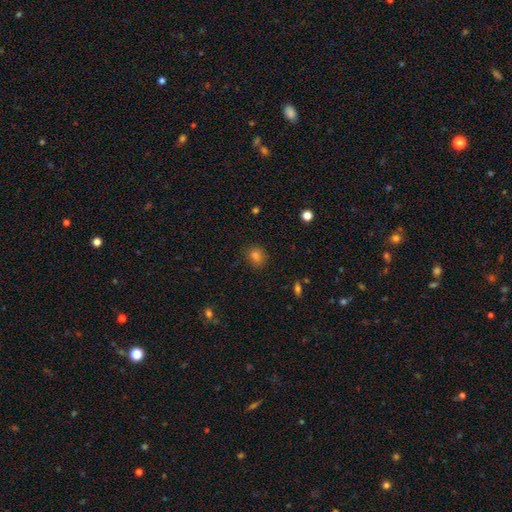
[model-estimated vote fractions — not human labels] This appears to be a smooth galaxy with no disk features (79%) that is round (71%). Merging: none (84%).